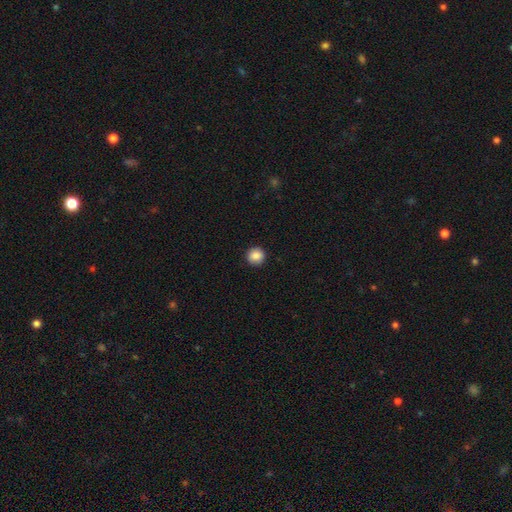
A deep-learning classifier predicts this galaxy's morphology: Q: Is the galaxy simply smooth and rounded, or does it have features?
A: smooth — 87%.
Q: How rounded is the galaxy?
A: round — 93%.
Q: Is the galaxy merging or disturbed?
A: none — 92%.